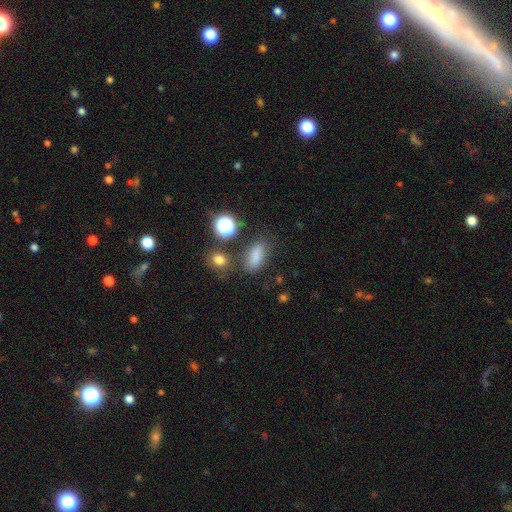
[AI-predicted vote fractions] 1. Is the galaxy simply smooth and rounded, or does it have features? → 78% smooth, 15% star or artifact, 7% featured or disk.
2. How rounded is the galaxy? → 80% in between, 11% round, 10% cigar-shaped.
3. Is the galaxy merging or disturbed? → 72% none, 15% minor disturbance, 7% merger, 6% major disturbance.